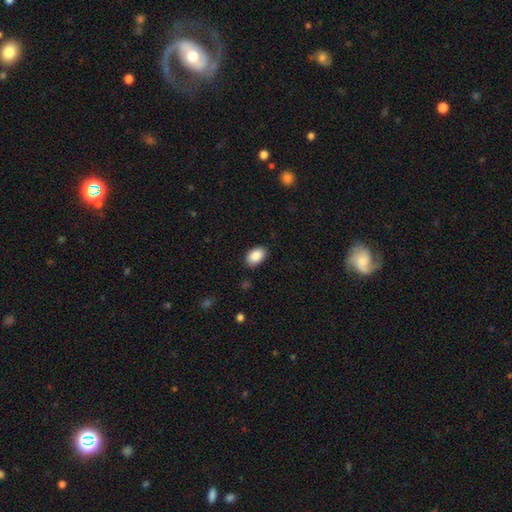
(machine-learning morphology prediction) type=smooth (88%); roundness=in between (90%); merging=none (87%).